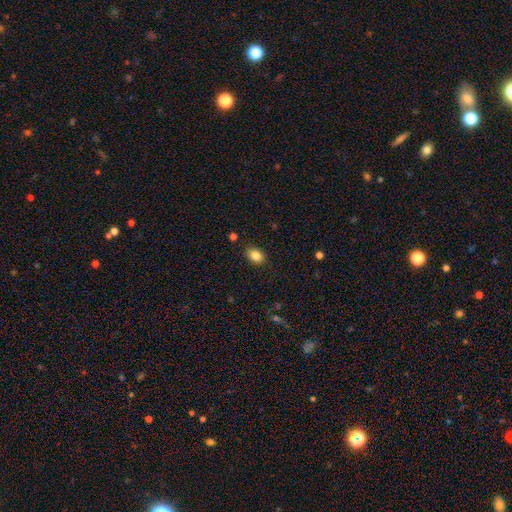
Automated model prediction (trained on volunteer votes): Smooth or featured? smooth (85%)
How rounded? in between (72%)
Merging? none (85%)